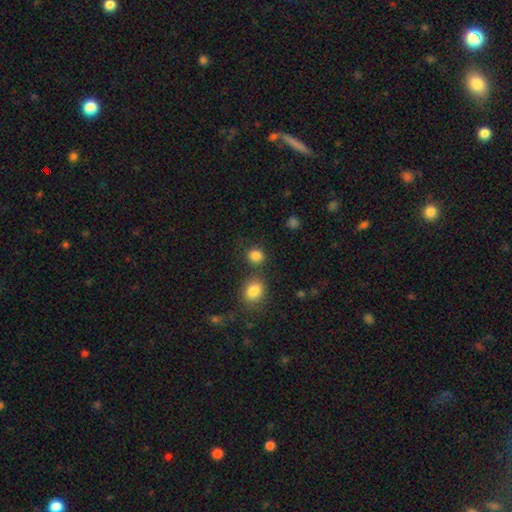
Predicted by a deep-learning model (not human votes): The model was most divided on "merging": none: 73%, merger: 14%, minor disturbance: 9%, major disturbance: 4%. More confident: smooth or featured — smooth (84%); how rounded — round (82%).